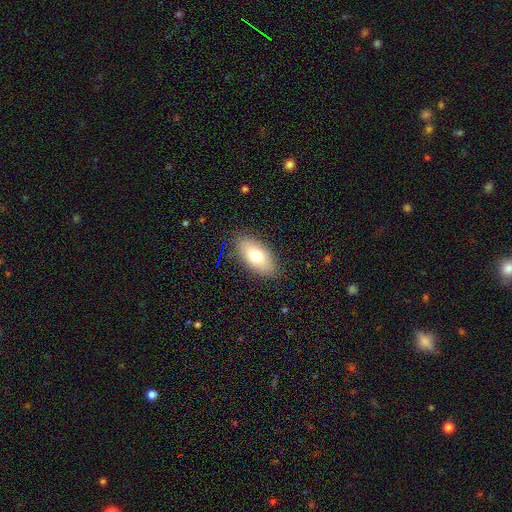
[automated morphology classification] Smooth or featured?
  - smooth: 72% *
  - featured or disk: 20%
  - star or artifact: 8%
How rounded?
  - in between: 90% *
  - cigar-shaped: 6%
  - round: 4%
Merging?
  - none: 85% *
  - minor disturbance: 11%
  - major disturbance: 3%
  - merger: 1%